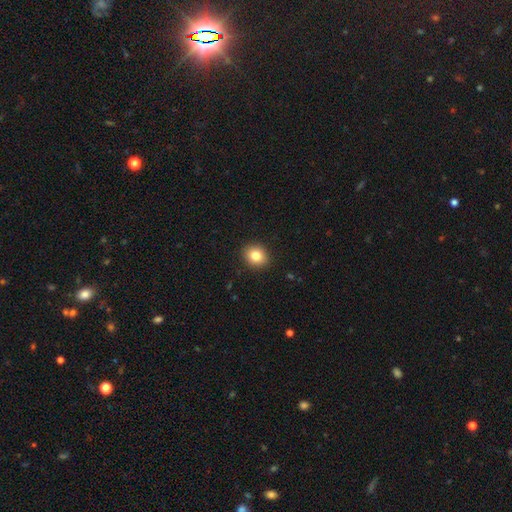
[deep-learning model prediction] This is clearly a smooth galaxy (83%). How rounded: likely round (69%). Merging: clearly none (91%).